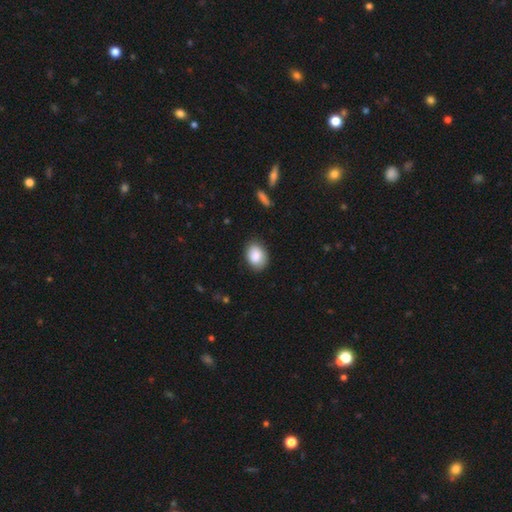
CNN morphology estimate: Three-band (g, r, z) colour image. It shows a smooth galaxy with no disk features (87%) that is in between round and cigar-shaped (76%). Merging: none (84%).